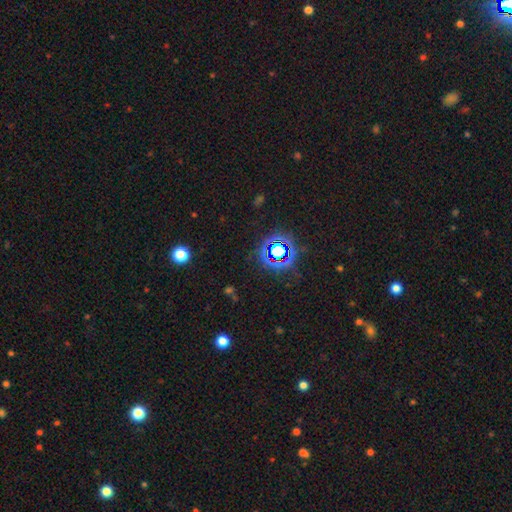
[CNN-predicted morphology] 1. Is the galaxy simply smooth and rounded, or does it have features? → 77% star or artifact, 15% smooth, 8% featured or disk.